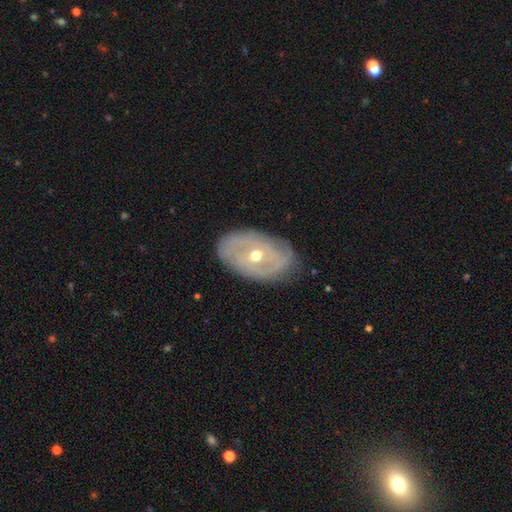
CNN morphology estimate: smooth-or-featured: featured or disk: 76% | smooth: 18% | star or artifact: 6%
  disk-edge-on: no: 94% | yes: 6%
    bar: no: 66% | weak: 25% | strong: 8%
    has-spiral-arms: yes: 70% | no: 30%
    bulge-size: moderate: 65% | small: 32% | large: 2% | dominant: 1% | none: 1%
  merging: none: 74% | minor disturbance: 19% | major disturbance: 6% | merger: 1%